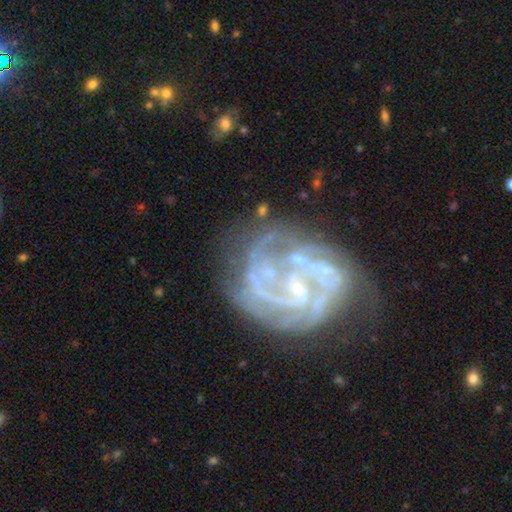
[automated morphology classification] featured or disk 88%, star or artifact 7%, smooth 5%. Down the decision tree: edge-on disk — no (98%); bar — no (45%); spiral arms — yes (94%); spiral arm count — 3 (29%); spiral winding — tight (52%); bulge size — small (75%); merging — none (52%).